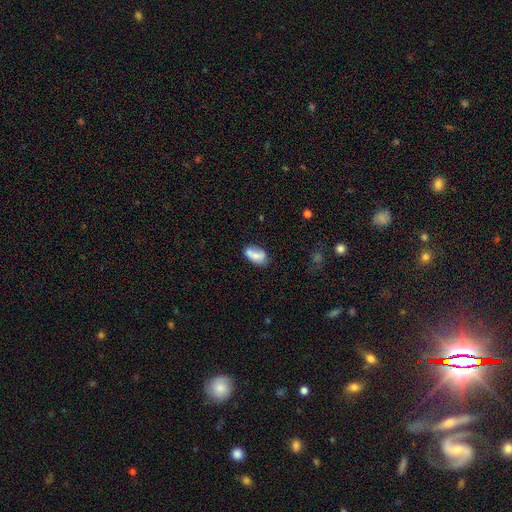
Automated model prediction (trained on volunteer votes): smooth-or-featured: smooth: 65% | featured or disk: 27% | star or artifact: 8%
  how-rounded: in between: 88% | round: 10% | cigar-shaped: 3%
  merging: none: 41% | merger: 32% | minor disturbance: 19% | major disturbance: 8%